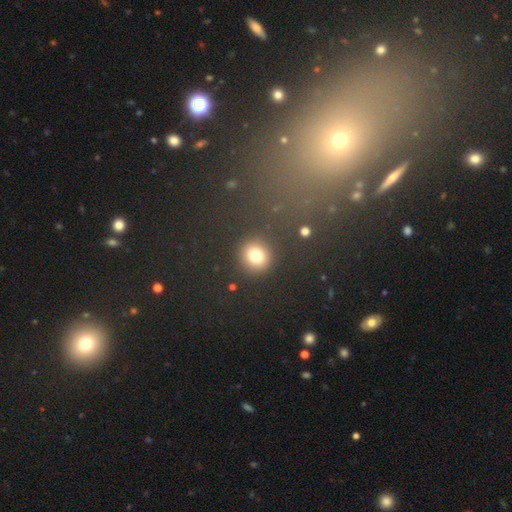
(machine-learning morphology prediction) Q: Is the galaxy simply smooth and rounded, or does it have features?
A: smooth — 77%.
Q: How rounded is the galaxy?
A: round — 89%.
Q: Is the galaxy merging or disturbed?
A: none — 88%.